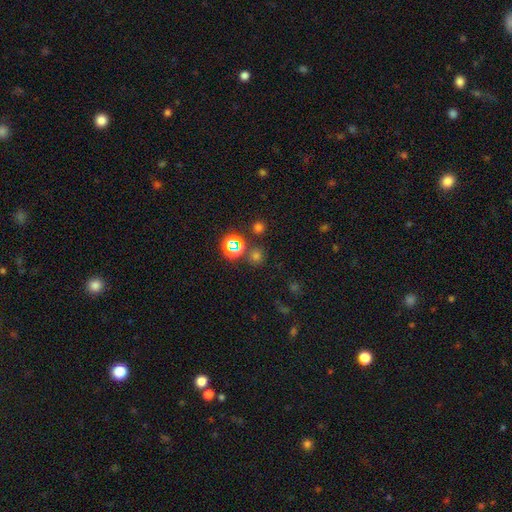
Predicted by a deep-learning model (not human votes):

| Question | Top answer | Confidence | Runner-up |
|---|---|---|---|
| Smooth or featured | smooth | 58% | star or artifact (36%) |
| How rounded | round | 90% | in between (9%) |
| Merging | none | 79% | merger (10%) |